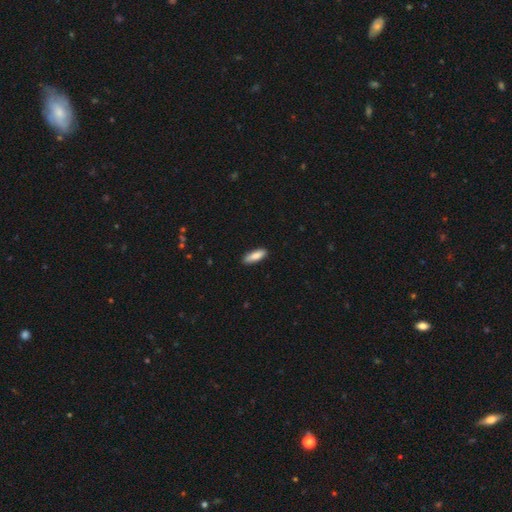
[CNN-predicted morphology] smooth_or_featured: smooth (p=0.85) [alt: featured or disk p=0.10]
how_rounded: in between (p=0.53) [alt: cigar-shaped p=0.46]
merging: none (p=0.88) [alt: minor disturbance p=0.09]